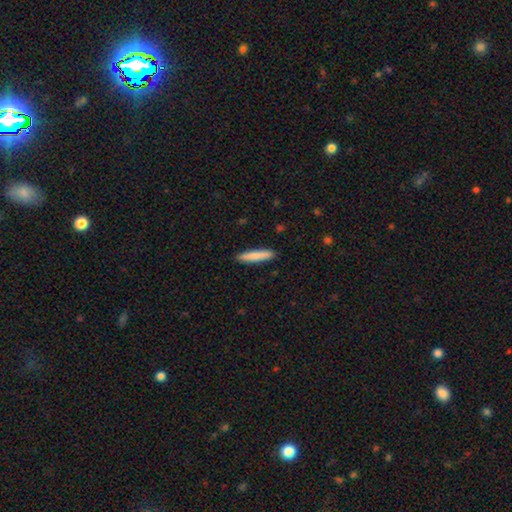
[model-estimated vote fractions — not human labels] smooth_or_featured: smooth (p=0.82) [alt: featured or disk p=0.13]
how_rounded: cigar-shaped (p=0.90) [alt: in between p=0.09]
merging: none (p=0.91) [alt: minor disturbance p=0.07]